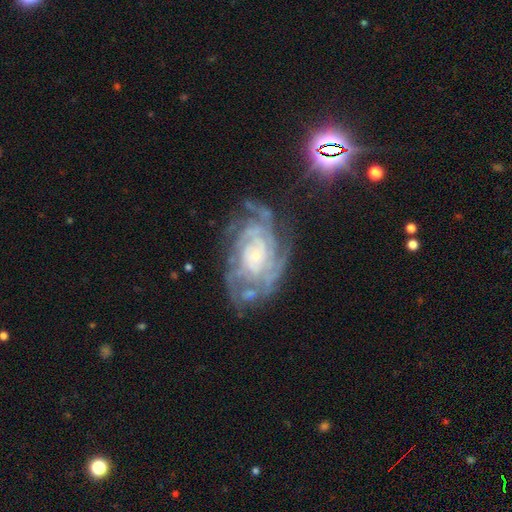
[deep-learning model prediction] Smooth or featured? featured or disk (87%)
Edge-on disk? no (97%)
Bar? no (76%)
Spiral arms? yes (96%)
Spiral winding? tight (72%)
Spiral arm count? can't tell (33%)
Bulge size? small (79%)
Merging? none (60%)